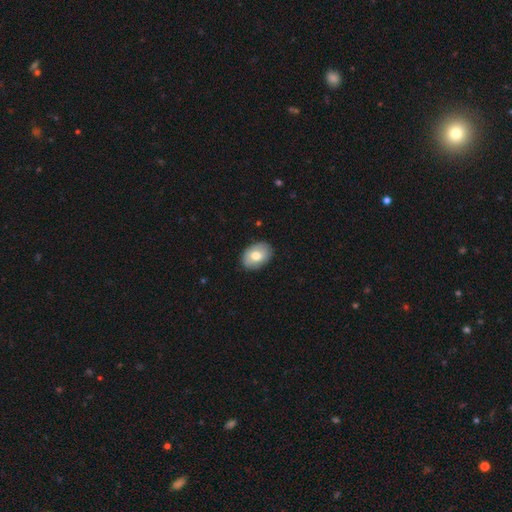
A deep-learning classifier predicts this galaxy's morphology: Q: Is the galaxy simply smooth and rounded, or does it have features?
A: smooth — 73%.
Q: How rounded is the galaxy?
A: in between — 82%.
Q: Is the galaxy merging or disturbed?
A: none — 86%.